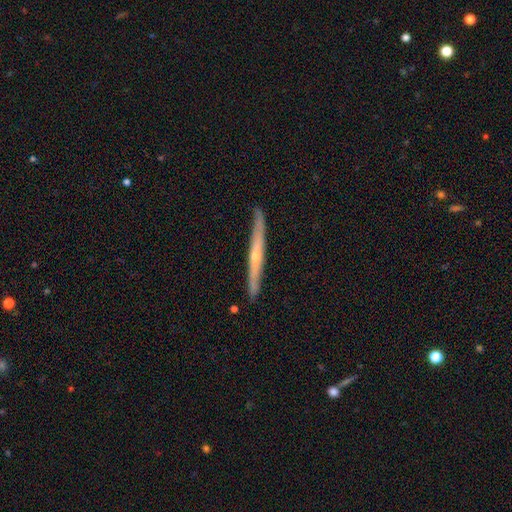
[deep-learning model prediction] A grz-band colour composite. It shows a featured or disk galaxy (65%) viewed edge-on (95%) with a rounded central bulge (63%). Merging: none (87%).